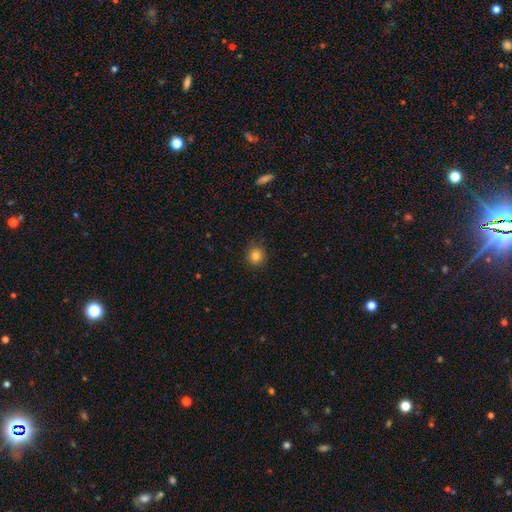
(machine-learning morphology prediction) type=smooth (83%); roundness=round (89%); merging=none (87%).